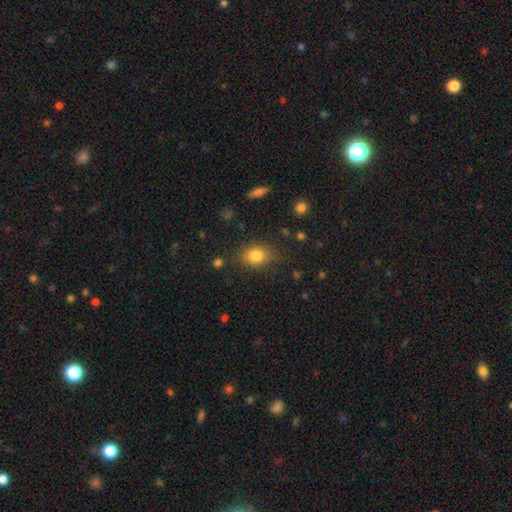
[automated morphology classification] Smooth or featured? smooth (81%)
How rounded? in between (63%)
Merging? none (80%)